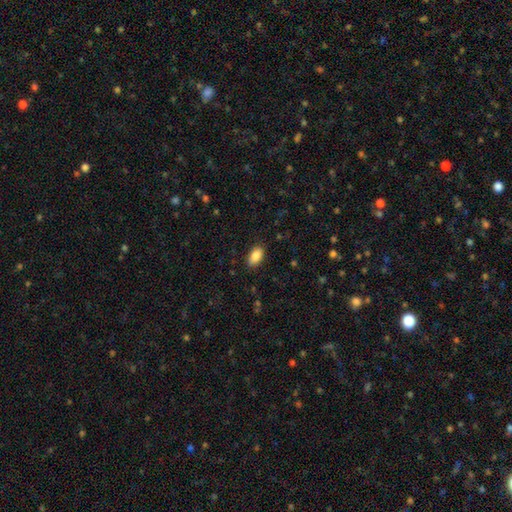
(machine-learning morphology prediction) A smooth galaxy with no disk features (88%) that is in between round and cigar-shaped (93%). Merging: none (86%).